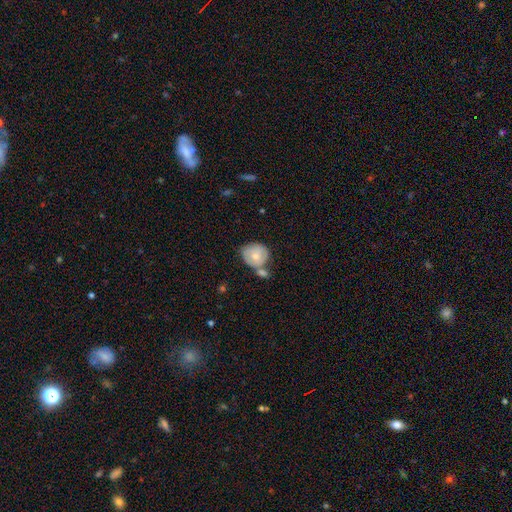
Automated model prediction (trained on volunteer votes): Smooth or featured: smooth — 56% (featured or disk — 38%)
How rounded: round — 74% (in between — 25%)
Merging: none — 44% (merger — 30%)